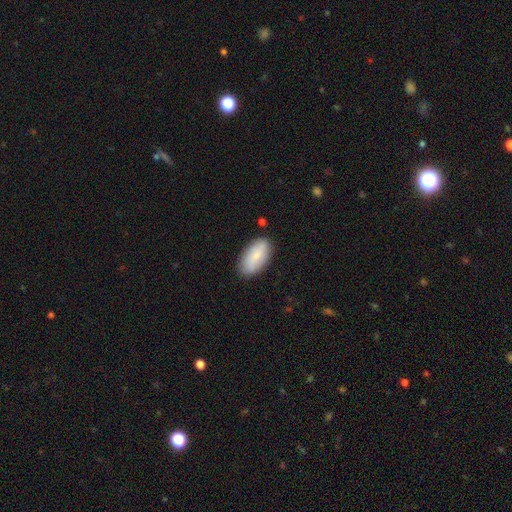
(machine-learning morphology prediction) A smooth galaxy with no disk features (77%) that is in between round and cigar-shaped (93%). Merging: none (83%).